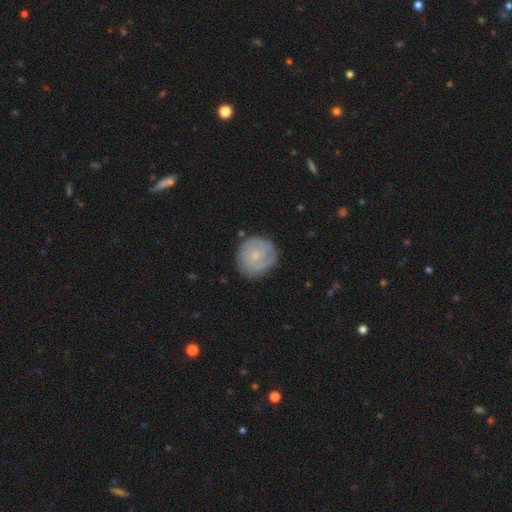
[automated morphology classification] Smooth or featured?
  - smooth: 48% *
  - featured or disk: 45%
  - star or artifact: 7%
Merging?
  - none: 77% *
  - minor disturbance: 17%
  - major disturbance: 5%
  - merger: 2%